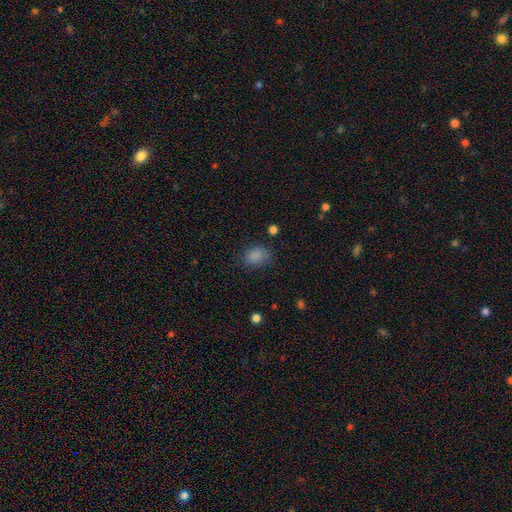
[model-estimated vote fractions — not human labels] Overall: smooth (83%). How rounded: in between (69%; round 30%). Merging: none (74%).